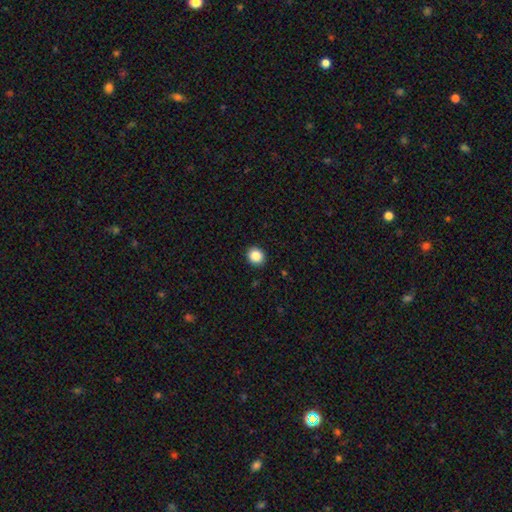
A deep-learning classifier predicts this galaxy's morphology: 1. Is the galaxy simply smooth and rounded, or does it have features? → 86% smooth, 10% star or artifact, 4% featured or disk.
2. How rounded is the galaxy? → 87% round, 12% in between, 1% cigar-shaped.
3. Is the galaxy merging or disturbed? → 92% none, 5% minor disturbance, 2% major disturbance, 1% merger.